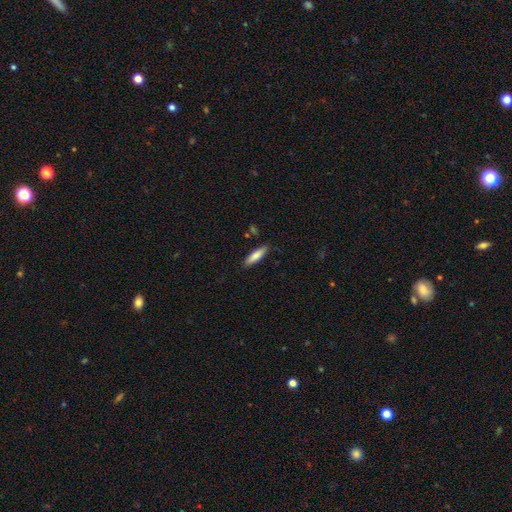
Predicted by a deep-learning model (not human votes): Smooth or featured: smooth — 80% (featured or disk — 15%)
How rounded: cigar-shaped — 65% (in between — 33%)
Merging: none — 86% (minor disturbance — 10%)